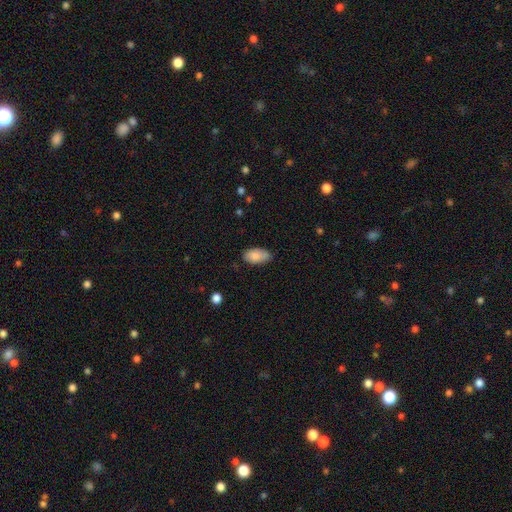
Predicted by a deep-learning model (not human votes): Q: Smooth or featured?
A: smooth (85%); runner-up: featured or disk (8%)
Q: How rounded?
A: in between (94%); runner-up: round (3%)
Q: Merging?
A: none (73%); runner-up: minor disturbance (22%)